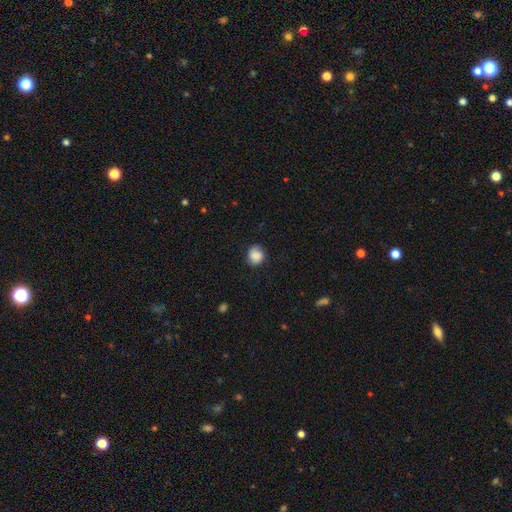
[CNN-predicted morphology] Smooth or featured? smooth (82%)
How rounded? round (78%)
Merging? none (80%)